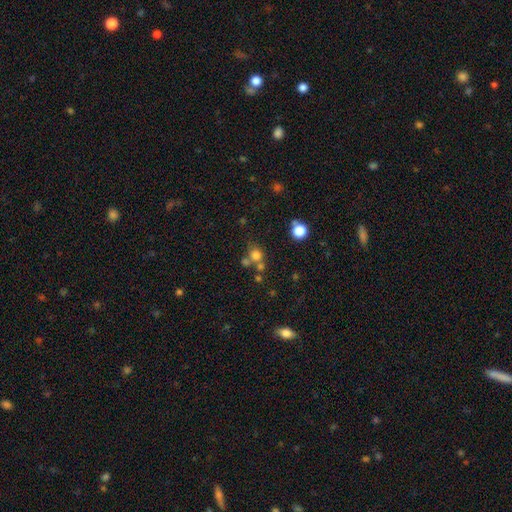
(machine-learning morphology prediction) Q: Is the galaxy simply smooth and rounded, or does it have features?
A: smooth — 68%.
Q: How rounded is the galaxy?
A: round — 82%.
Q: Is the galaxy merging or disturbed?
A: none — 53%.